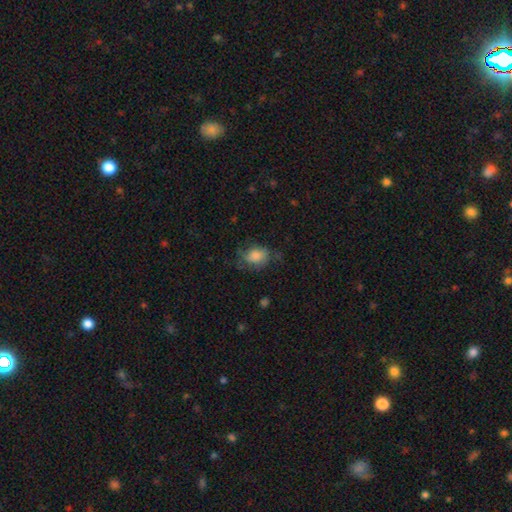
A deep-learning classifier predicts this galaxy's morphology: Smooth or featured?
  - smooth: 71% *
  - featured or disk: 20%
  - star or artifact: 9%
How rounded?
  - in between: 65% *
  - round: 33%
  - cigar-shaped: 1%
Merging?
  - none: 54% *
  - minor disturbance: 28%
  - major disturbance: 17%
  - merger: 2%